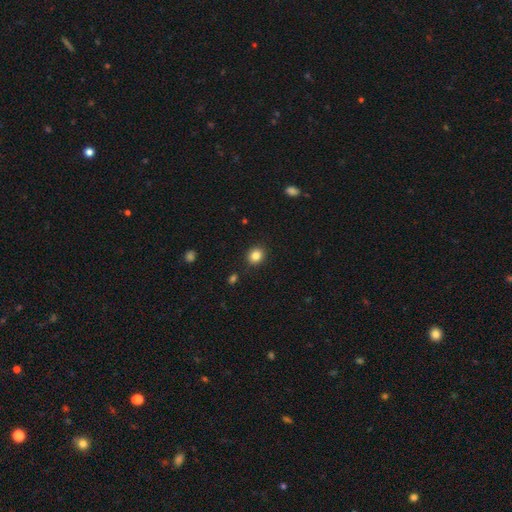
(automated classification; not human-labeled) This is clearly a smooth galaxy (84%). How rounded: likely round (73%). Merging: clearly none (89%).